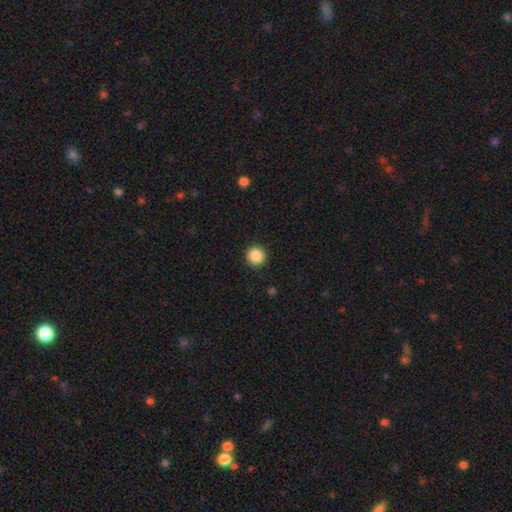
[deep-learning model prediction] smooth-or-featured: smooth: 88% | star or artifact: 9% | featured or disk: 3%
  how-rounded: round: 96% | in between: 3% | cigar-shaped: 1%
  merging: none: 93% | minor disturbance: 5% | major disturbance: 2% | merger: 1%